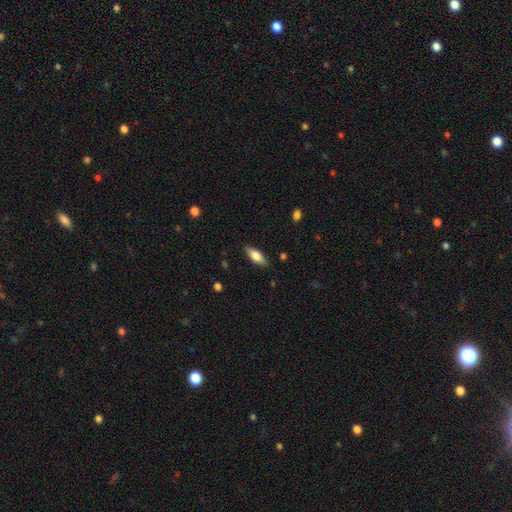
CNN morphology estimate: Smooth or featured: smooth — 69% (featured or disk — 25%)
How rounded: in between — 71% (cigar-shaped — 27%)
Merging: none — 86% (minor disturbance — 11%)